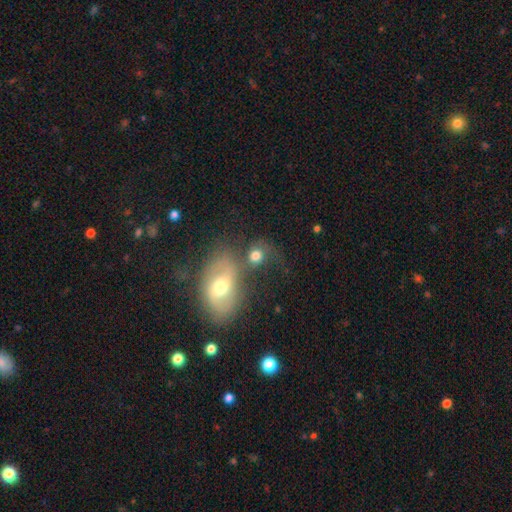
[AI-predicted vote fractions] The model was most divided on "merging": none: 43%, merger: 34%, minor disturbance: 13%, major disturbance: 10%. More confident: smooth or featured — smooth (68%); how rounded — round (64%).